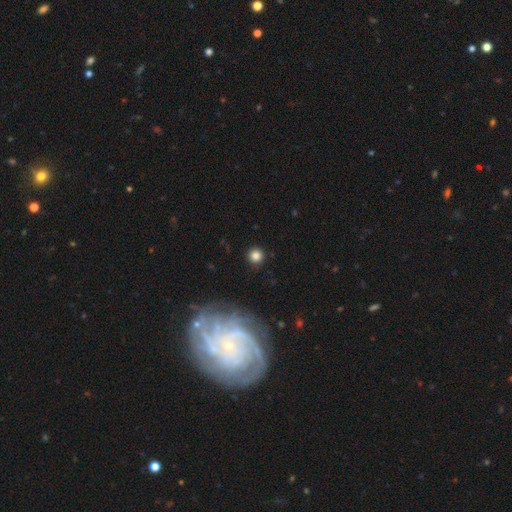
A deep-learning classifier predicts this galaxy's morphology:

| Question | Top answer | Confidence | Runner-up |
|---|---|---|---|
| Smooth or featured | smooth | 82% | star or artifact (13%) |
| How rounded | round | 95% | in between (4%) |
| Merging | none | 90% | minor disturbance (6%) |